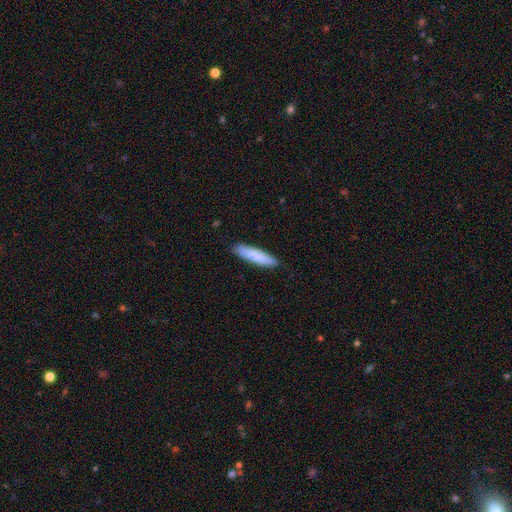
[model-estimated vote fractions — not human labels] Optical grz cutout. It shows a smooth galaxy with no disk features (84%) that is cigar-shaped (80%). Merging: none (88%).